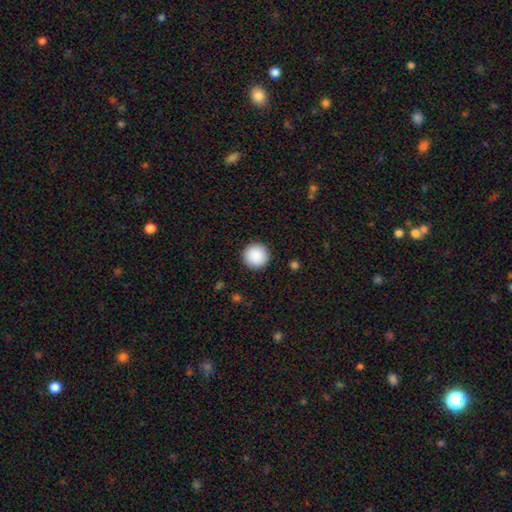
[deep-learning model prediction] A smooth galaxy with no disk features (90%) that is round (96%). Merging: none (92%).